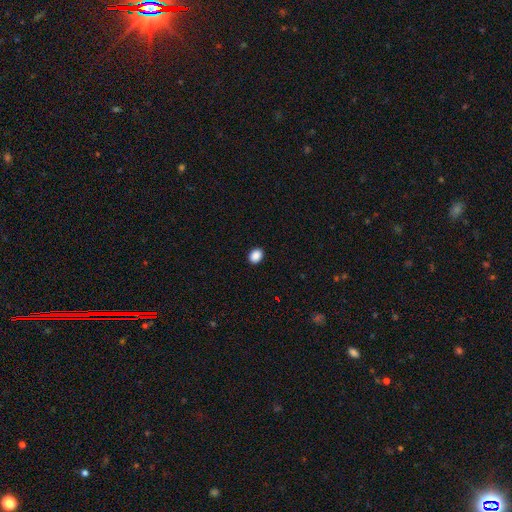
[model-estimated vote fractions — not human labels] Smooth or featured? smooth (89%)
How rounded? in between (60%)
Merging? none (92%)